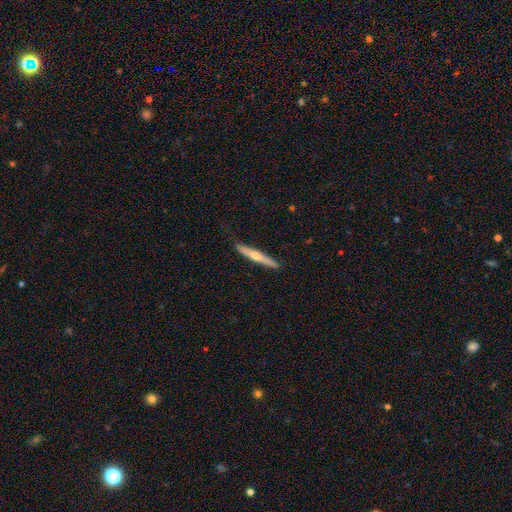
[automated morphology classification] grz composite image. It shows a featured or disk galaxy (63%) viewed edge-on (97%) with a rounded central bulge (86%). Merging: none (88%).